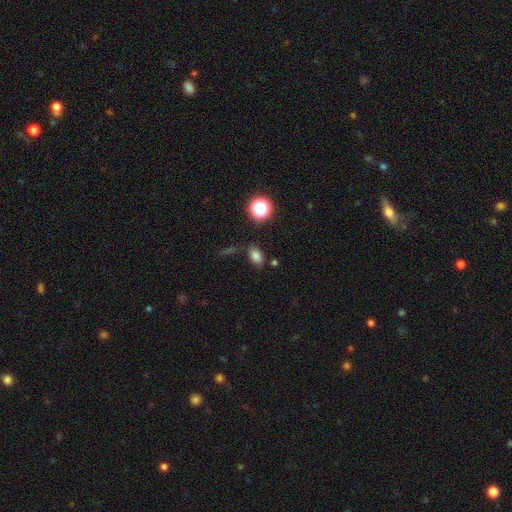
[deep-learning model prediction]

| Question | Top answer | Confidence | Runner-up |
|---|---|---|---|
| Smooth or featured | smooth | 78% | star or artifact (15%) |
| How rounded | in between | 83% | round (15%) |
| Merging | none | 78% | minor disturbance (12%) |